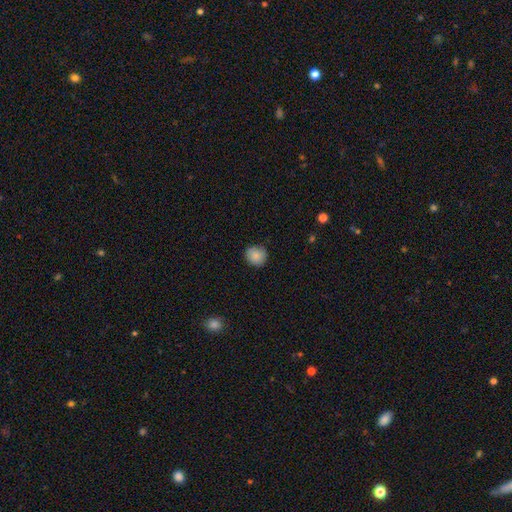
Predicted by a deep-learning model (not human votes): Smooth or featured?
  - smooth: 86% *
  - star or artifact: 8%
  - featured or disk: 6%
How rounded?
  - round: 89% *
  - in between: 10%
  - cigar-shaped: 1%
Merging?
  - none: 83% *
  - minor disturbance: 13%
  - major disturbance: 2%
  - merger: 1%